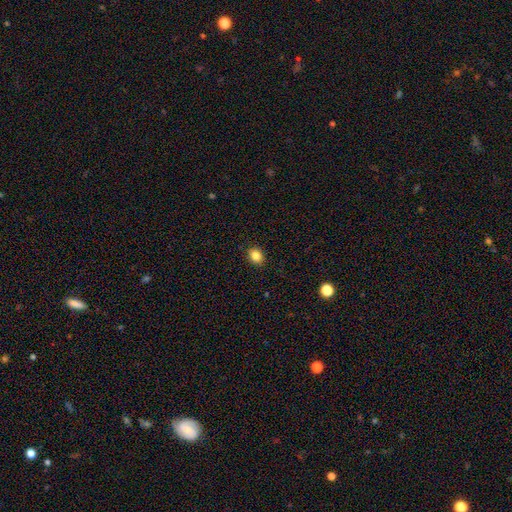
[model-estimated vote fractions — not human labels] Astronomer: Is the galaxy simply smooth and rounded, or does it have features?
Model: smooth — 85%.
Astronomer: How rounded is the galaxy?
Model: round — 54% (runner-up: in between, 45%).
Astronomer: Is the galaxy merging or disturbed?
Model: none — 91%.